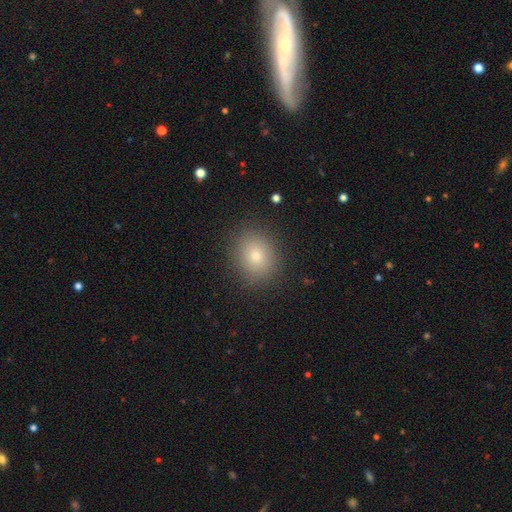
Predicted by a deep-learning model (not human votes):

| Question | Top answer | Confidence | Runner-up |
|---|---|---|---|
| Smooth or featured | smooth | 78% | star or artifact (13%) |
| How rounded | round | 69% | in between (30%) |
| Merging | none | 89% | minor disturbance (8%) |